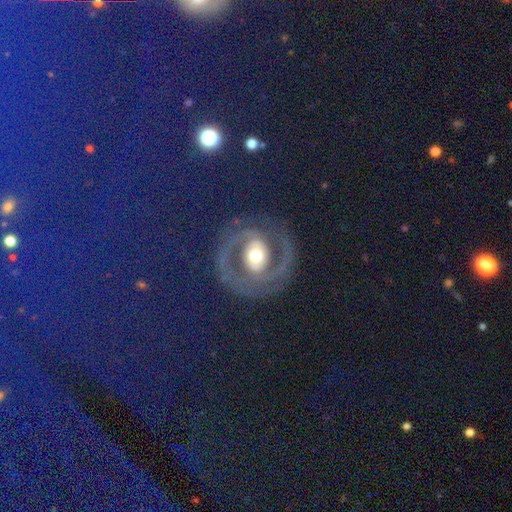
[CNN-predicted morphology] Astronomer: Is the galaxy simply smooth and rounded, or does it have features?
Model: featured or disk — 83%.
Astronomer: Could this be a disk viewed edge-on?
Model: no — 97%.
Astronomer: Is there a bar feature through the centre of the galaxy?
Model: no — 50% (runner-up: weak, 29%).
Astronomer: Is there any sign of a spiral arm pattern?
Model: yes — 84%.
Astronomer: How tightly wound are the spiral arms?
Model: medium — 45% (runner-up: tight, 39%).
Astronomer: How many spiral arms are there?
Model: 2 — 86%.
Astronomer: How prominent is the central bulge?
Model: moderate — 63%.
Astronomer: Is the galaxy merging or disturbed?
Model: none — 77%.